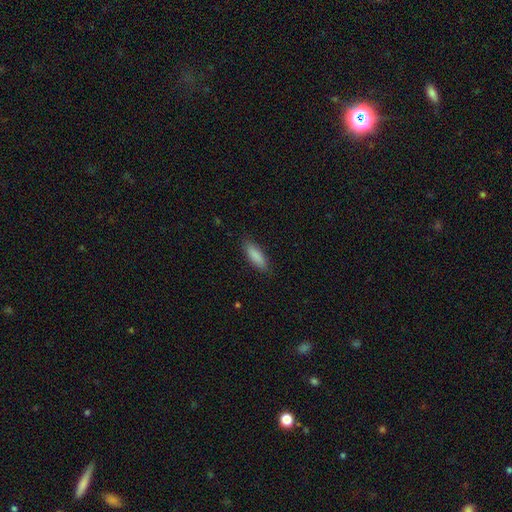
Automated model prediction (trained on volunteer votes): smooth-or-featured: smooth: 88% | star or artifact: 6% | featured or disk: 6%
  how-rounded: in between: 55% | cigar-shaped: 44% | round: 2%
  merging: none: 87% | minor disturbance: 10% | major disturbance: 2% | merger: 1%